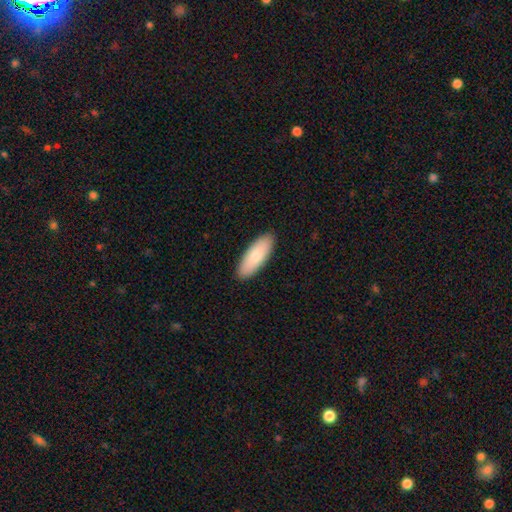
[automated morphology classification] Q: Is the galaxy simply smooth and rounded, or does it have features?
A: smooth — 78%.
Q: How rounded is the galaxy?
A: in between — 72%.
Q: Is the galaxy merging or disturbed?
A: none — 90%.